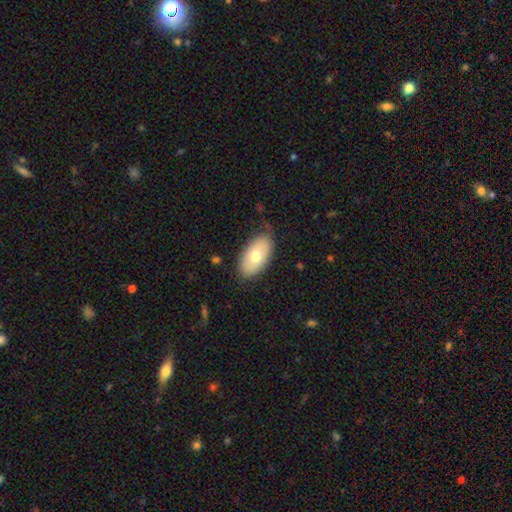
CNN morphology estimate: The model was most divided on "smooth or featured": smooth: 68%, featured or disk: 25%, star or artifact: 7%. More confident: how rounded — in between (93%); merging — none (73%).